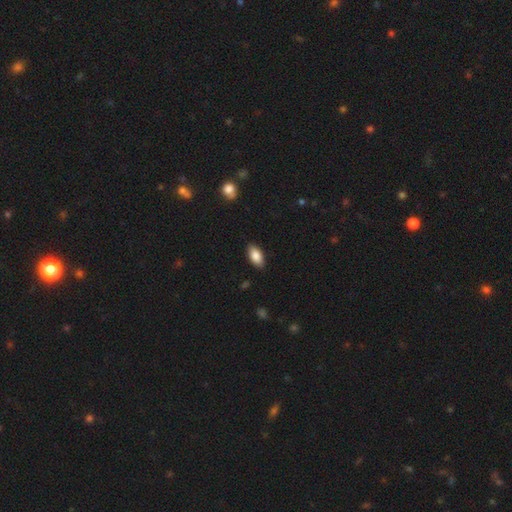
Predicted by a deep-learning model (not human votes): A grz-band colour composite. It shows a smooth galaxy with no disk features (86%) that is in between round and cigar-shaped (92%). Merging: none (87%).